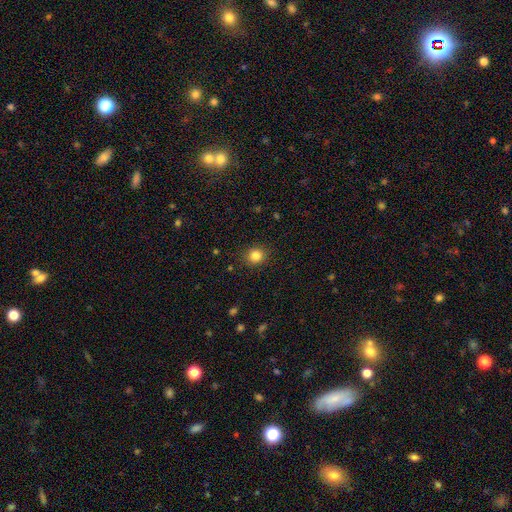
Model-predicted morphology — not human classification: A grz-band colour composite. It shows a smooth galaxy with no disk features (84%) that is round (84%). Merging: none (89%).